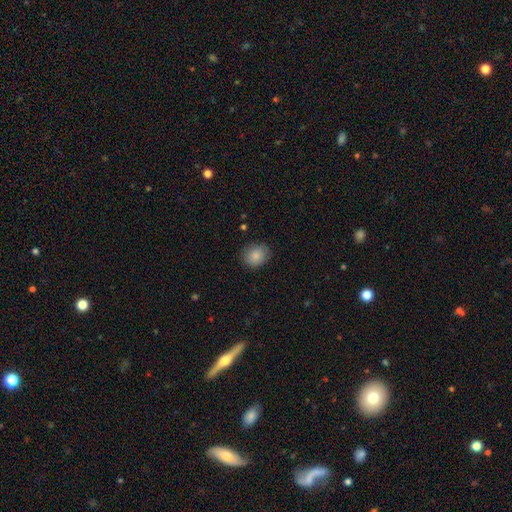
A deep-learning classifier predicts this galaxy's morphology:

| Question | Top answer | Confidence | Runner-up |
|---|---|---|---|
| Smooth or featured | smooth | 86% | star or artifact (8%) |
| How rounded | round | 65% | in between (35%) |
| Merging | none | 83% | minor disturbance (13%) |